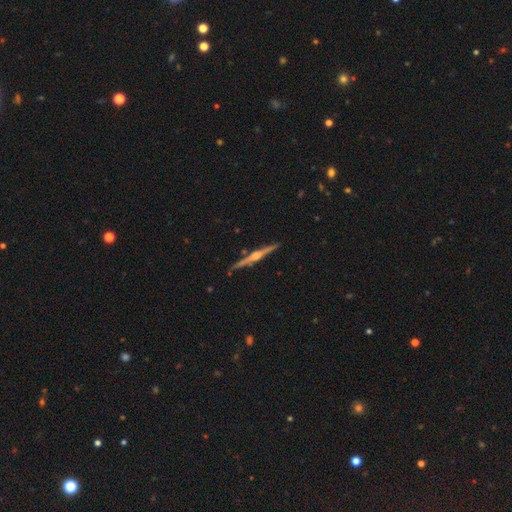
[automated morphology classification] smooth-or-featured: featured or disk: 84% | smooth: 11% | star or artifact: 5%
  disk-edge-on: yes: 98% | no: 2%
    edge-on-bulge: rounded: 87% | boxy: 8% | none: 6%
  merging: none: 90% | minor disturbance: 7% | merger: 2% | major disturbance: 1%